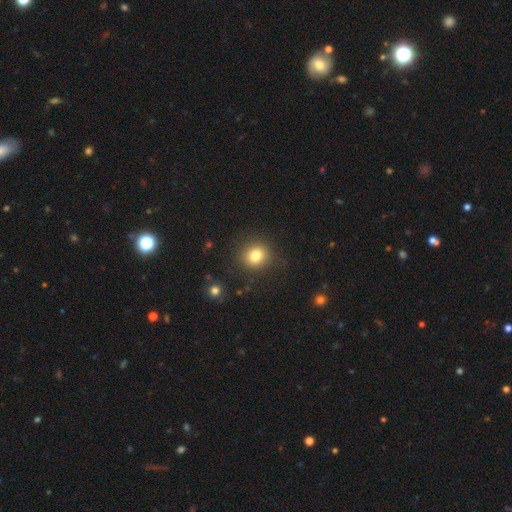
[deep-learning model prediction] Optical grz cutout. It shows a smooth galaxy with no disk features (81%) that is round (84%). Merging: none (88%).